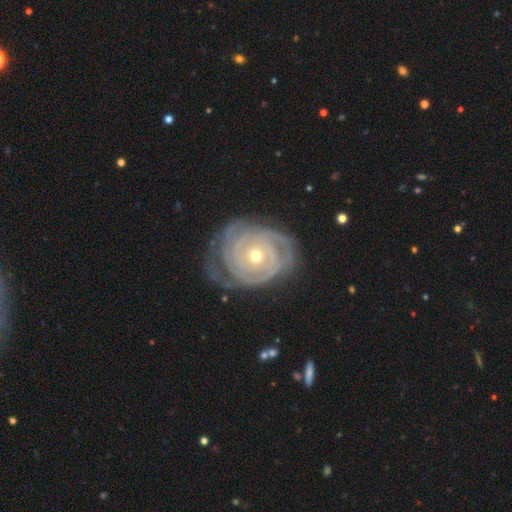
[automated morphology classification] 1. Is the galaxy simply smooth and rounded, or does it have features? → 89% featured or disk, 6% smooth, 5% star or artifact.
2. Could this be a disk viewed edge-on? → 97% no, 3% yes.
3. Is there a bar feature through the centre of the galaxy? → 77% no, 17% weak, 6% strong.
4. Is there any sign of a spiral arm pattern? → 96% yes, 4% no.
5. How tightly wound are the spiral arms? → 85% tight, 13% medium, 3% loose.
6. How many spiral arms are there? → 28% can't tell, 23% 3, 21% 2, 14% 4, 8% more than 4, 6% 1.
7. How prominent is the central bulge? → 52% moderate, 45% small, 2% large, 1% none, 1% dominant.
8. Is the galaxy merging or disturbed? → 68% none, 21% minor disturbance, 10% major disturbance, 2% merger.